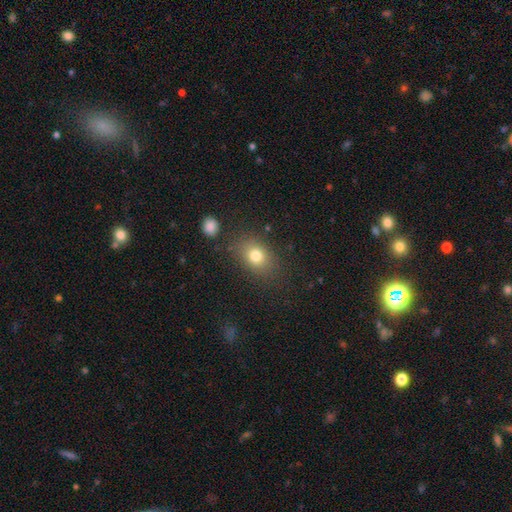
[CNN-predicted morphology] This appears to be a smooth galaxy with no disk features (78%) that is in between round and cigar-shaped (65%). Merging: none (79%).